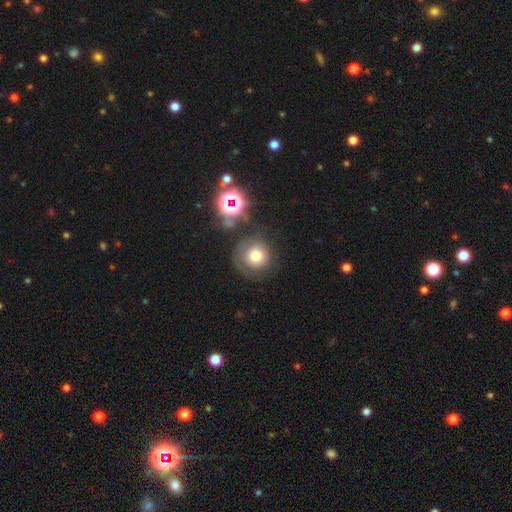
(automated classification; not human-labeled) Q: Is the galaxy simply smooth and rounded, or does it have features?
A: smooth — 68%.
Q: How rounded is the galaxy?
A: round — 92%.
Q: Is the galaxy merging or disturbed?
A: none — 66%.